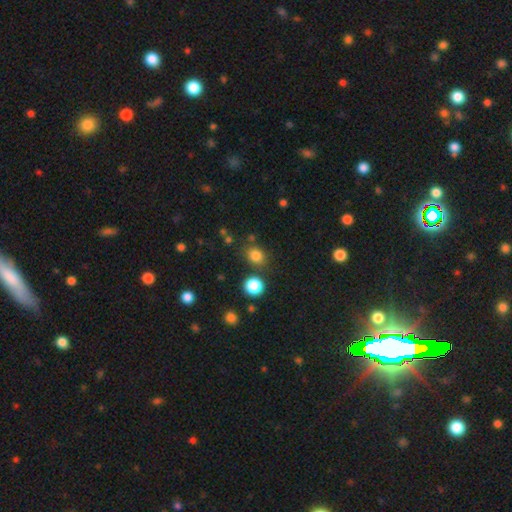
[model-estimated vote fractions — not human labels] smooth-or-featured: smooth: 80% | star or artifact: 15% | featured or disk: 5%
  how-rounded: round: 65% | in between: 34% | cigar-shaped: 1%
  merging: none: 77% | minor disturbance: 11% | merger: 7% | major disturbance: 4%